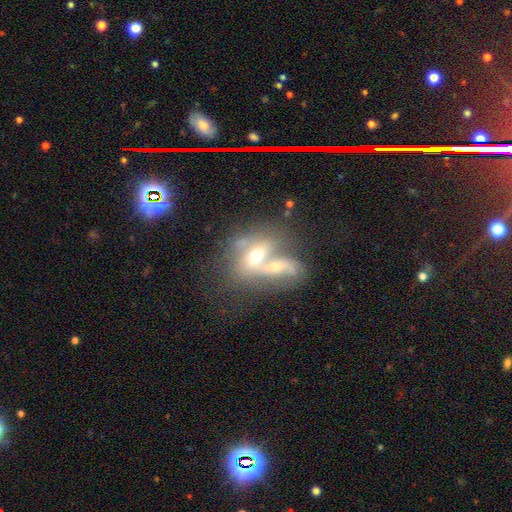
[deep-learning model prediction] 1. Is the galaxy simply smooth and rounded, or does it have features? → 60% featured or disk, 31% smooth, 9% star or artifact.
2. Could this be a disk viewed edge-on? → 90% no, 10% yes.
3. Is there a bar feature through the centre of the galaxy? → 47% no, 33% weak, 20% strong.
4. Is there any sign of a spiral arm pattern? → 63% yes, 37% no.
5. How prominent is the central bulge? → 61% moderate, 29% small, 5% large, 3% none, 2% dominant.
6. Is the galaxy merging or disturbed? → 73% merger, 15% none, 6% major disturbance, 6% minor disturbance.